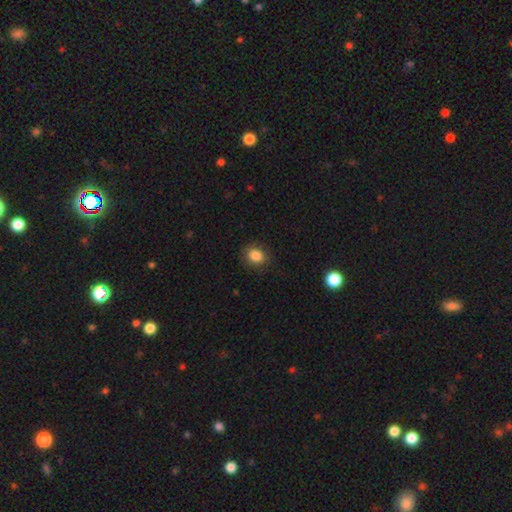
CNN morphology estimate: Q: Smooth or featured?
A: smooth (85%); runner-up: star or artifact (10%)
Q: How rounded?
A: round (58%); runner-up: in between (42%)
Q: Merging?
A: none (86%); runner-up: minor disturbance (10%)